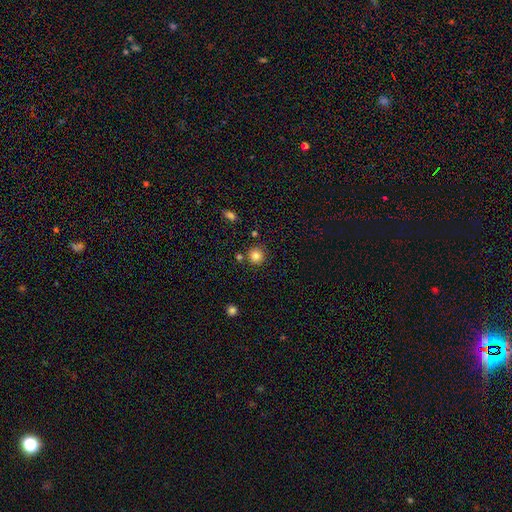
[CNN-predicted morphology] This appears to be a smooth galaxy with no disk features (83%) that is round (93%). Merging: none (82%).